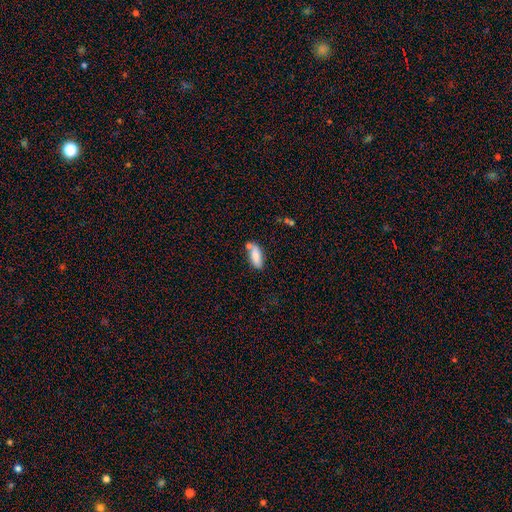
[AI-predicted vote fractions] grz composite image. It shows a smooth galaxy with no disk features (81%) that is in between round and cigar-shaped (78%). Merging: none (60%).